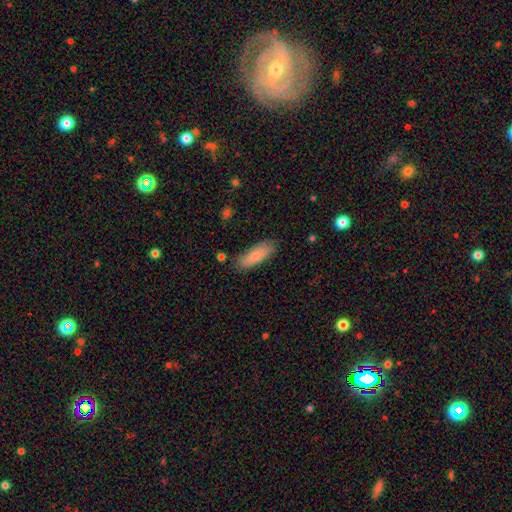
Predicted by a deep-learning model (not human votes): Smooth or featured?
  - smooth: 84% *
  - featured or disk: 10%
  - star or artifact: 6%
How rounded?
  - in between: 56% *
  - cigar-shaped: 42%
  - round: 2%
Merging?
  - none: 83% *
  - minor disturbance: 12%
  - major disturbance: 3%
  - merger: 2%